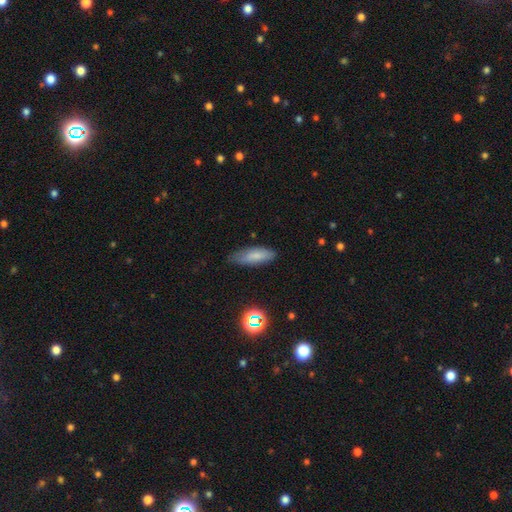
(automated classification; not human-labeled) This appears to be a smooth galaxy with no disk features (77%) that is in between round and cigar-shaped (63%). Merging: none (69%).